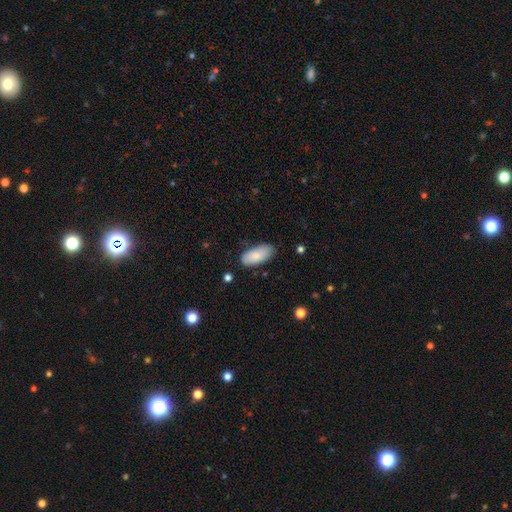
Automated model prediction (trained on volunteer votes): Morphology: type=smooth (82%); roundness=in between (91%); merging=none (75%).